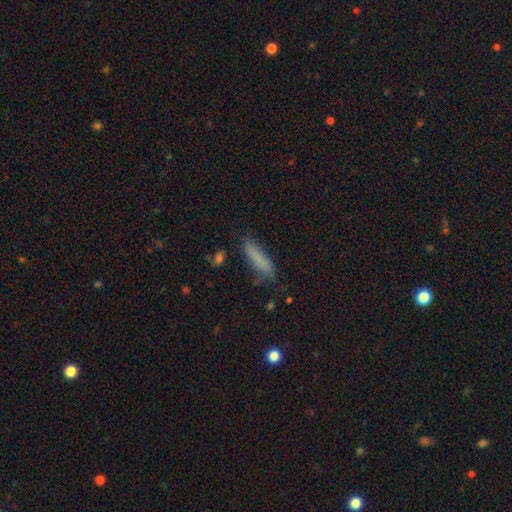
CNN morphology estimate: smooth-or-featured: smooth: 80% | featured or disk: 12% | star or artifact: 8%
  how-rounded: cigar-shaped: 79% | in between: 20% | round: 2%
  merging: none: 76% | minor disturbance: 18% | major disturbance: 4% | merger: 2%